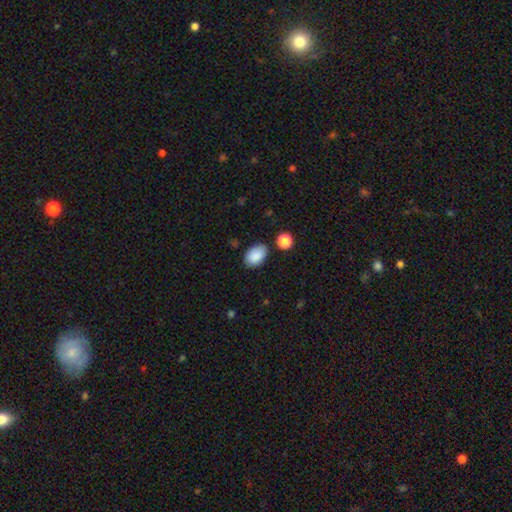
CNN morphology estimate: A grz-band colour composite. It shows a smooth galaxy with no disk features (89%) that is in between round and cigar-shaped (90%). Merging: none (78%).